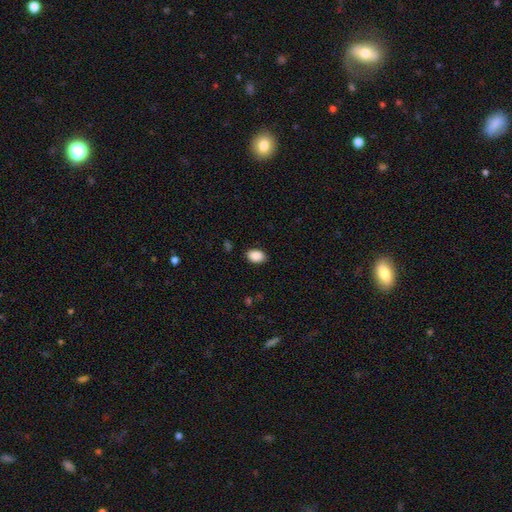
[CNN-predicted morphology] This appears to be a smooth galaxy with no disk features (90%) that is in between round and cigar-shaped (83%). Merging: none (86%).